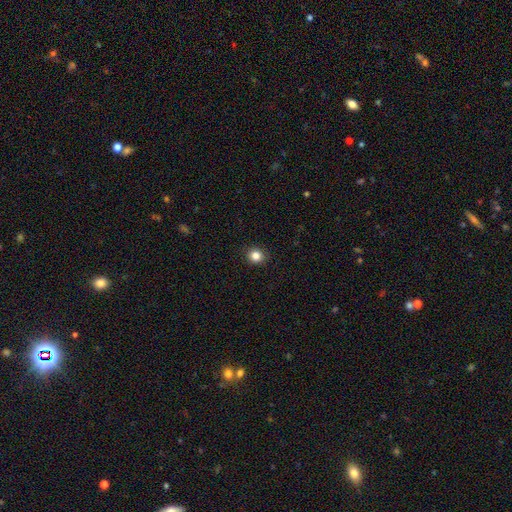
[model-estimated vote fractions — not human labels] The model was most divided on "how rounded": round: 86%, in between: 13%, cigar-shaped: 1%. More confident: merging — none (91%); smooth or featured — smooth (85%).